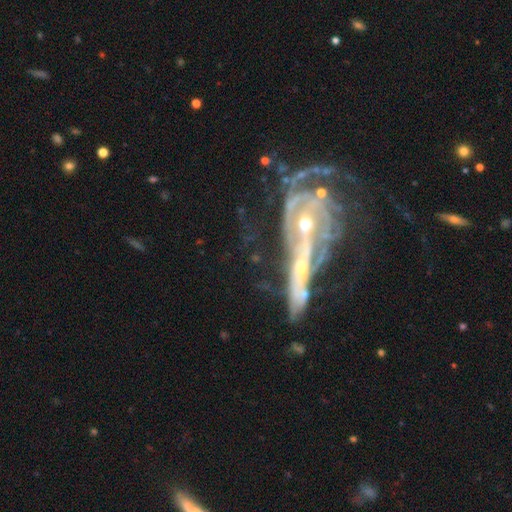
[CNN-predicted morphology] Smooth or featured: featured or disk — 82% (star or artifact — 10%)
Edge-on disk: no — 82% (yes — 18%)
Bar: no — 57% (weak — 24%)
Spiral arms: yes — 80% (no — 20%)
Spiral winding: tight — 46% (medium — 33%)
Spiral arm count: can't tell — 42% (2 — 27%)
Bulge size: small — 55% (moderate — 38%)
Merging: merger — 49% (major disturbance — 22%)